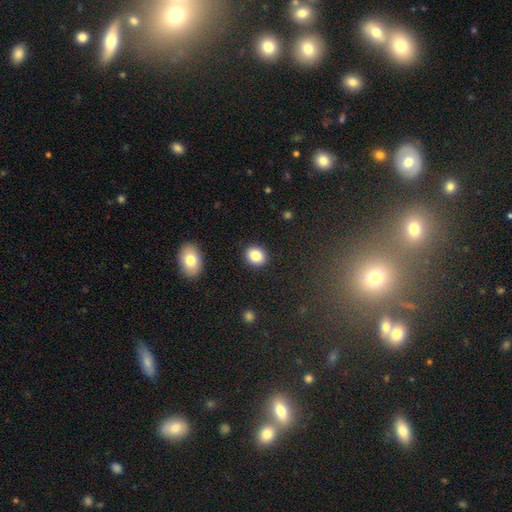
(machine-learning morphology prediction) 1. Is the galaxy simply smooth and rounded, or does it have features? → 84% smooth, 9% star or artifact, 7% featured or disk.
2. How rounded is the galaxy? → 59% round, 40% in between, 1% cigar-shaped.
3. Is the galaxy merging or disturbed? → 90% none, 7% minor disturbance, 2% major disturbance, 2% merger.